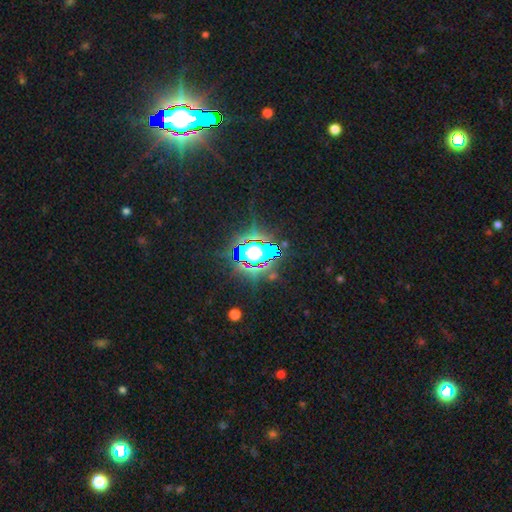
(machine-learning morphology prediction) Smooth or featured? Predicted: star or artifact (p=0.70).